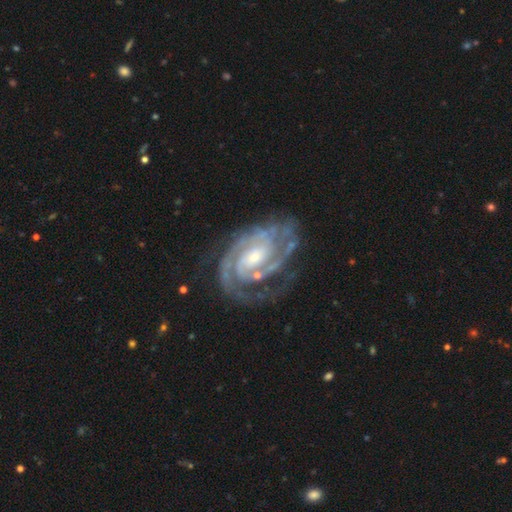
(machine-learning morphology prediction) Q: Smooth or featured?
A: featured or disk (92%); runner-up: star or artifact (5%)
Q: Edge-on disk?
A: no (97%); runner-up: yes (3%)
Q: Bar?
A: no (45%); runner-up: weak (39%)
Q: Spiral arms?
A: yes (98%); runner-up: no (2%)
Q: Spiral winding?
A: tight (69%); runner-up: medium (27%)
Q: Spiral arm count?
A: 2 (50%); runner-up: 3 (22%)
Q: Bulge size?
A: small (54%); runner-up: moderate (39%)
Q: Merging?
A: none (71%); runner-up: minor disturbance (19%)